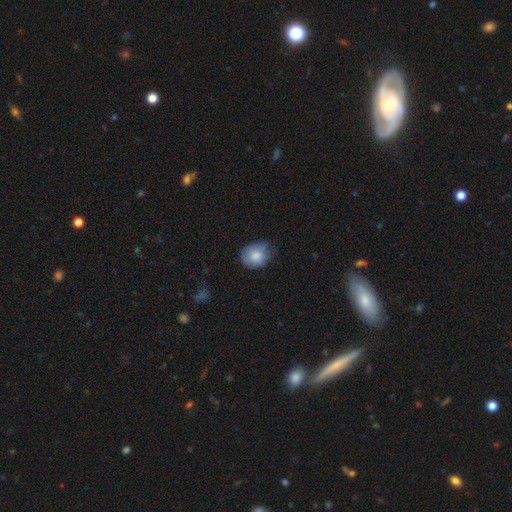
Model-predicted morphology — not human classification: smooth 81%, featured or disk 11%, star or artifact 7%. Down the decision tree: how rounded — round (58%); merging — none (59%).